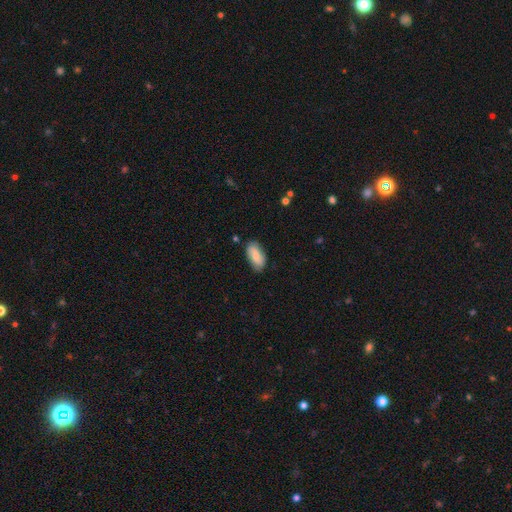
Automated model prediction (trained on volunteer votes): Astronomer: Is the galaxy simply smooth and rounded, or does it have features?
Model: smooth — 72%.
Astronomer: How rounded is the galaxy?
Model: in between — 93%.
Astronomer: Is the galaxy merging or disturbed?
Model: none — 77%.